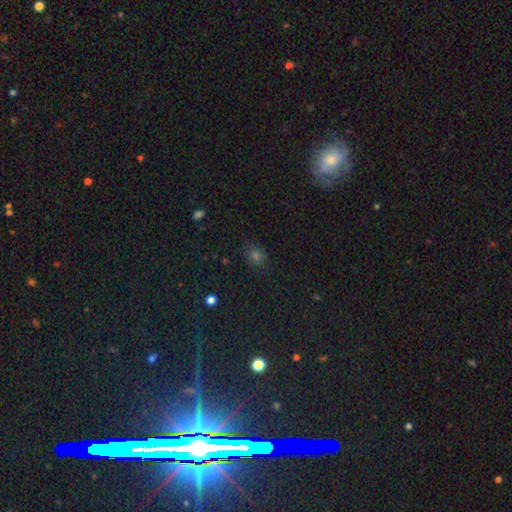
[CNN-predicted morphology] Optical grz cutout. It shows a smooth galaxy with no disk features (62%) that is round (57%). Merging: none (84%).